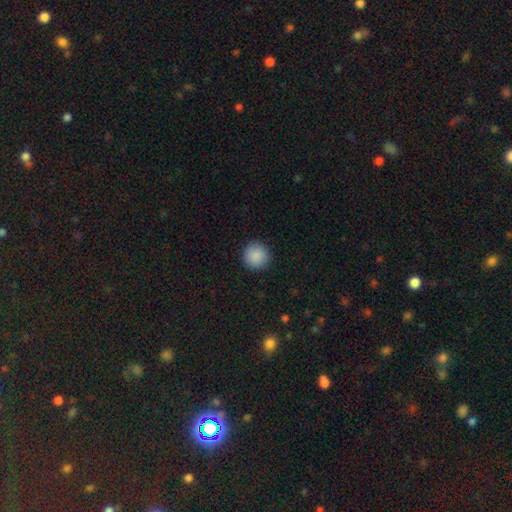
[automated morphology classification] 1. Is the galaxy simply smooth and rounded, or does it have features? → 89% smooth, 8% star or artifact, 3% featured or disk.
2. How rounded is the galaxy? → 95% round, 4% in between, 1% cigar-shaped.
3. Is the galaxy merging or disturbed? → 92% none, 5% minor disturbance, 2% major disturbance, 1% merger.